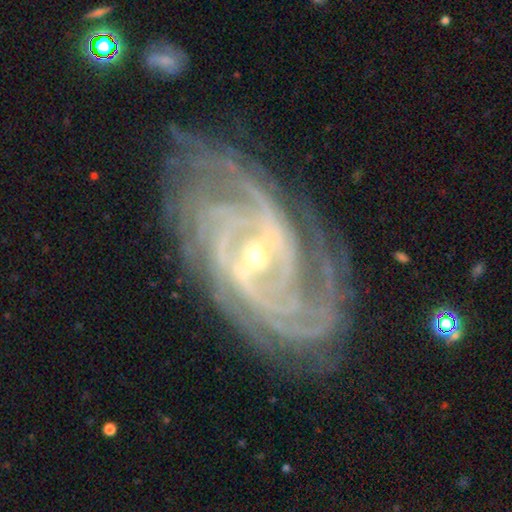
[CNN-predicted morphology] The model was most divided on "bar": weak: 41%, strong: 39%, no: 20%. Remaining: spiral arms — yes (98%); edge-on disk — no (96%); smooth or featured — featured or disk (92%); merging — none (77%); spiral winding — tight (71%); bulge size — small (68%); spiral arm count — 4 (28%).